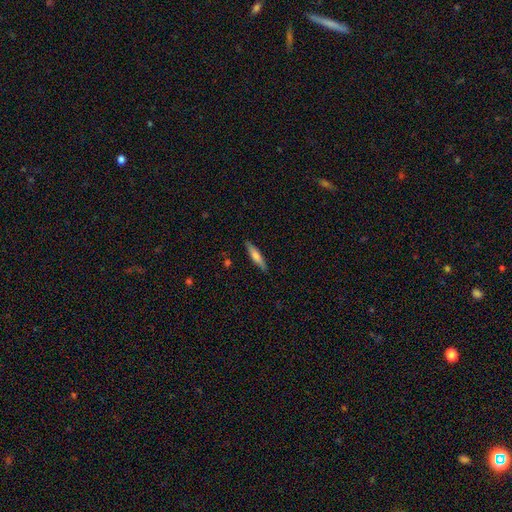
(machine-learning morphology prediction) This appears to be a smooth galaxy with no disk features (60%) that is cigar-shaped (85%). Merging: none (88%).